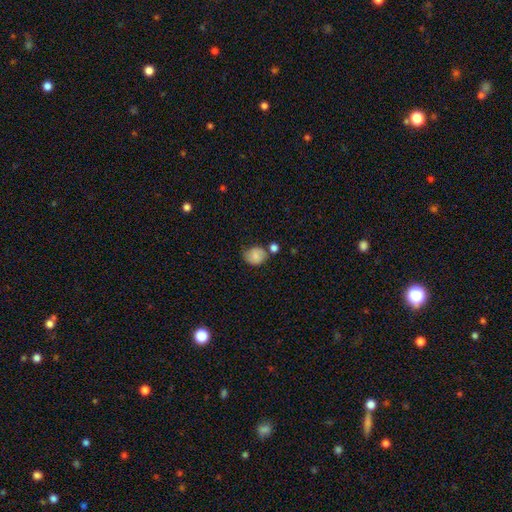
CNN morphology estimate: This is clearly a smooth galaxy (81%). How rounded: likely round (66%). Merging: possibly none (59%).